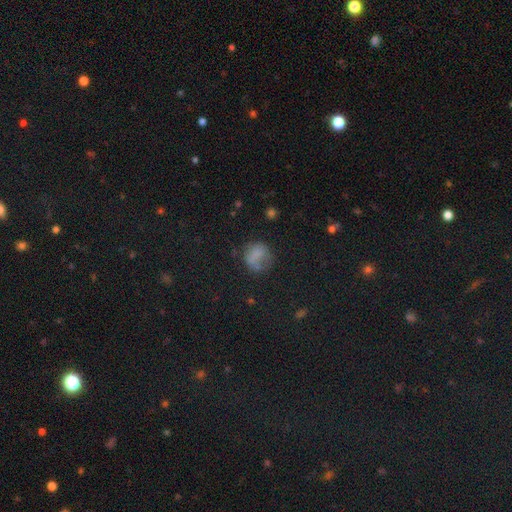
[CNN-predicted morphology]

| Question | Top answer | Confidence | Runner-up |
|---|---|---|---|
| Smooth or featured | smooth | 67% | featured or disk (17%) |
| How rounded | round | 73% | in between (26%) |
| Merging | none | 51% | minor disturbance (26%) |